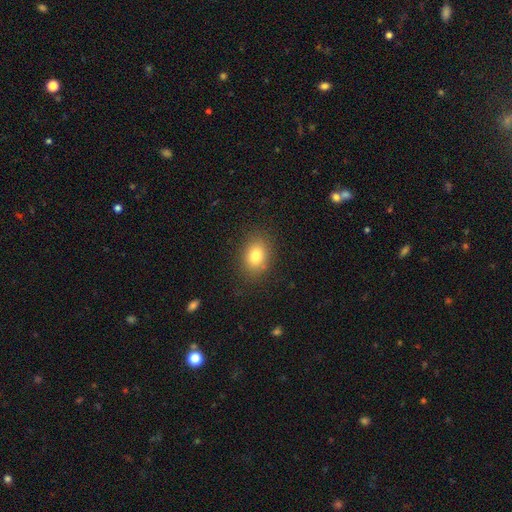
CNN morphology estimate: A smooth galaxy with no disk features (81%) that is in between round and cigar-shaped (67%).

Vote fractions:
- Smooth or featured? smooth: 81% / star or artifact: 10% / featured or disk: 9%
- How rounded? in between: 67% / round: 32% / cigar-shaped: 1%
- Merging? none: 84% / minor disturbance: 11% / major disturbance: 3% / merger: 1%